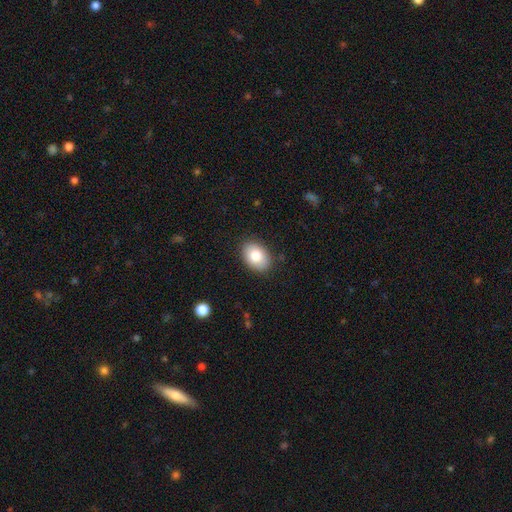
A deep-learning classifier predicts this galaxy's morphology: Overall: smooth (82%). How rounded: in between (79%). Merging: none (86%).